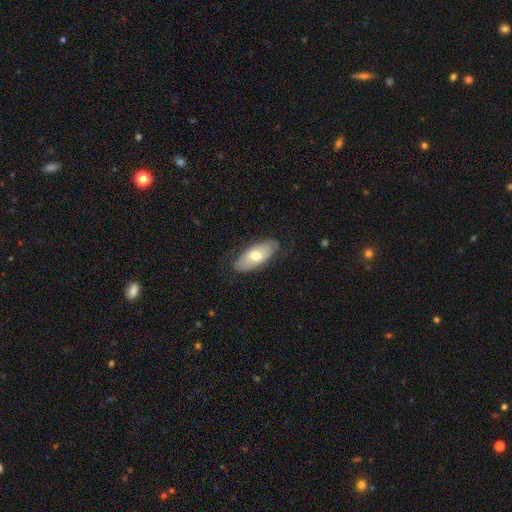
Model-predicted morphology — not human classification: A smooth galaxy with no disk features (62%) that is in between round and cigar-shaped (87%). Merging: none (78%).